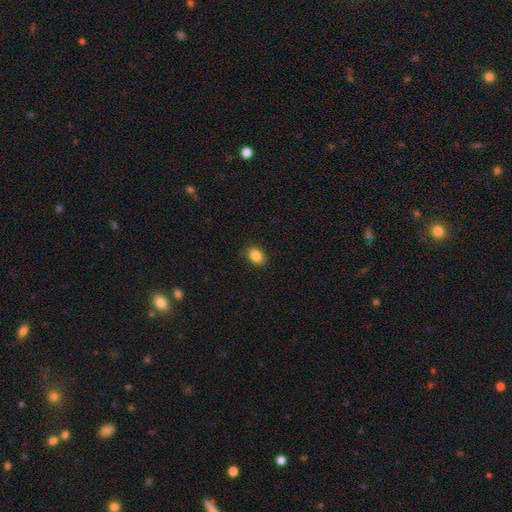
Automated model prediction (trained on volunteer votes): Smooth or featured?
  - smooth: 86% *
  - star or artifact: 9%
  - featured or disk: 5%
How rounded?
  - in between: 74% *
  - round: 24%
  - cigar-shaped: 1%
Merging?
  - none: 84% *
  - minor disturbance: 12%
  - major disturbance: 2%
  - merger: 1%